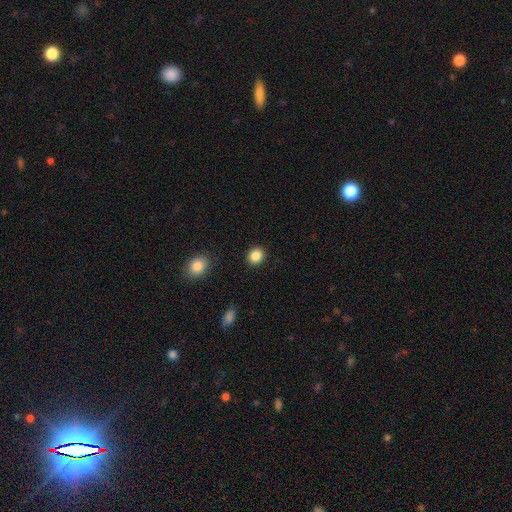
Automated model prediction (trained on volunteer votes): Smooth or featured? Predicted: smooth (p=0.87). How rounded? Predicted: round (p=0.80). Merging? Predicted: none (p=0.91).